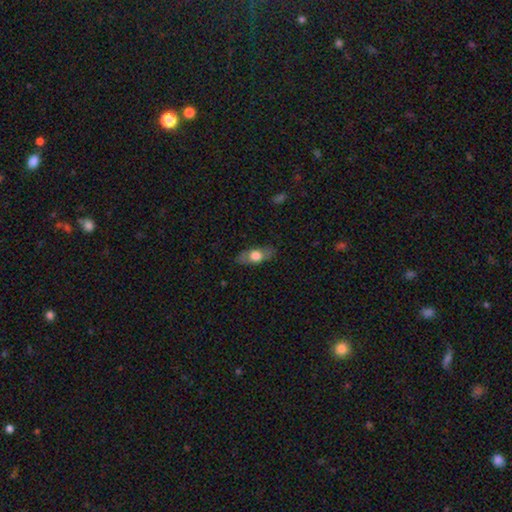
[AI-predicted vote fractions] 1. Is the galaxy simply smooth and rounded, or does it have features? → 59% smooth, 35% featured or disk, 6% star or artifact.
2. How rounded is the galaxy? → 73% in between, 20% cigar-shaped, 7% round.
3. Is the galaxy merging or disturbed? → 82% none, 14% minor disturbance, 4% major disturbance, 1% merger.